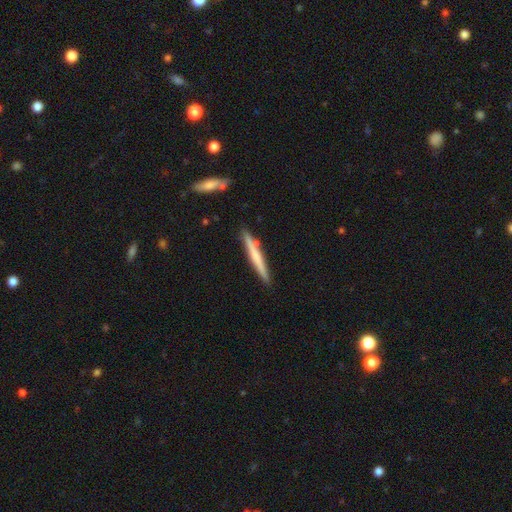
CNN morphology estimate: Smooth or featured? smooth (50%)
Merging? none (87%)